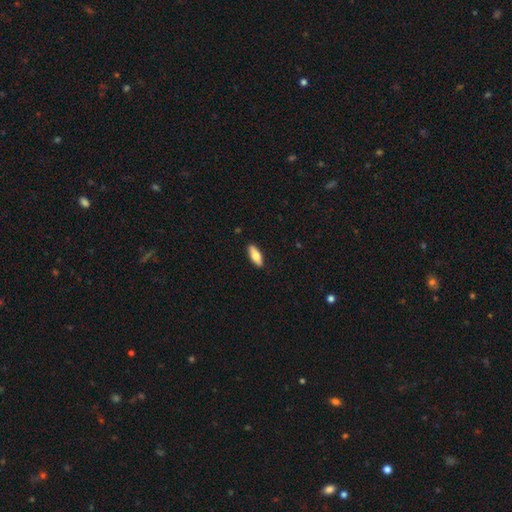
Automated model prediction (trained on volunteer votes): Morphology: type=smooth (72%); roundness=in between (70%); merging=none (89%).